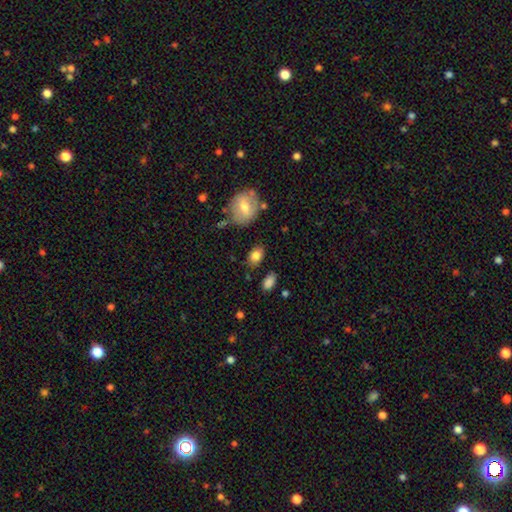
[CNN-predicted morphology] smooth_or_featured: smooth (p=0.83) [alt: featured or disk p=0.09]
how_rounded: in between (p=0.81) [alt: round p=0.17]
merging: none (p=0.81) [alt: minor disturbance p=0.12]